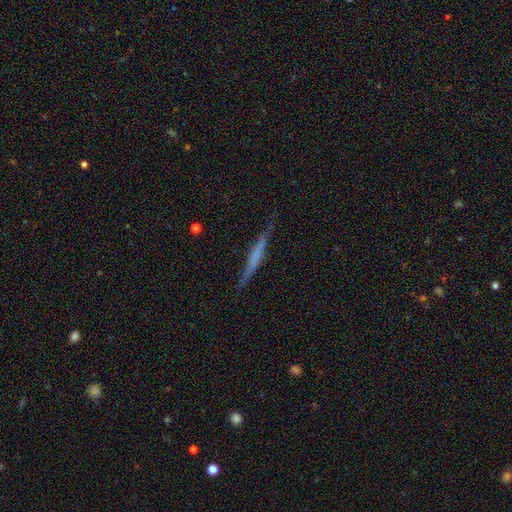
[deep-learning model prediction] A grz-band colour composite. It shows a featured or disk galaxy (54%) viewed edge-on (95%) with no central bulge (64%). Merging: none (81%).